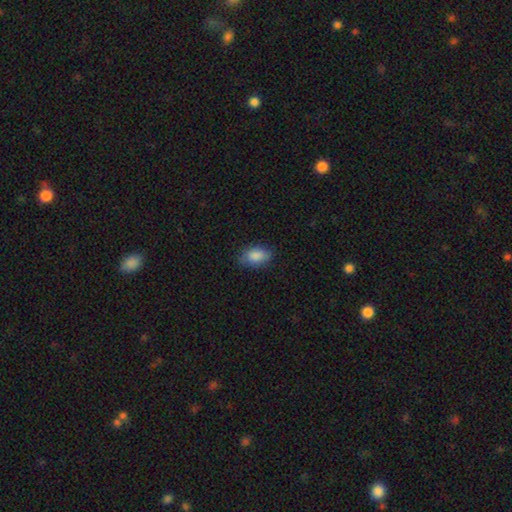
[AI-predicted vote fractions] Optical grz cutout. It shows a smooth galaxy with no disk features (87%) that is in between round and cigar-shaped (90%). Merging: none (80%).